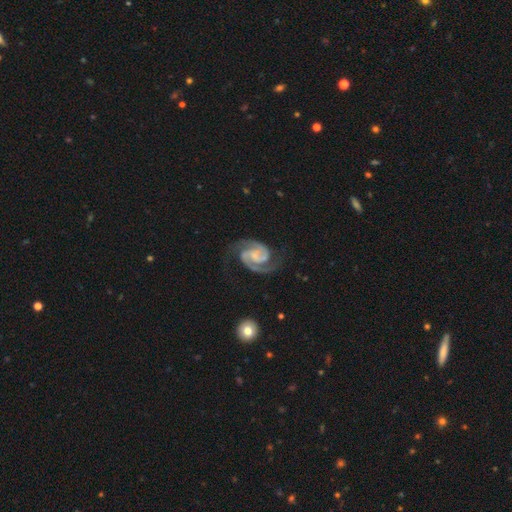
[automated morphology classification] Smooth or featured? featured or disk (93%)
Edge-on disk? no (98%)
Bar? weak (43%)
Spiral arms? yes (99%)
Spiral winding? medium (56%)
Spiral arm count? 2 (94%)
Bulge size? small (46%)
Merging? none (77%)